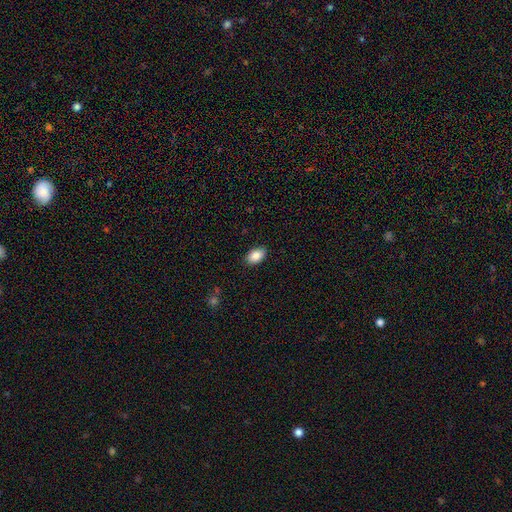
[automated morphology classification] Smooth or featured? smooth (87%)
How rounded? in between (92%)
Merging? none (88%)